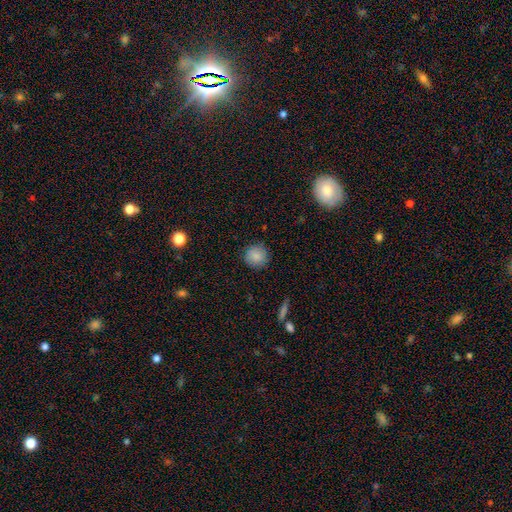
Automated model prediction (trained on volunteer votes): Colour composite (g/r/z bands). It shows a smooth galaxy with no disk features (86%) that is round (92%). Merging: none (87%).